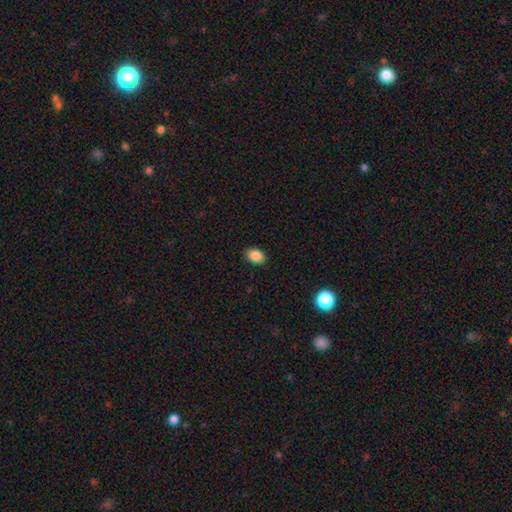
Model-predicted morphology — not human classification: Smooth or featured: smooth — 87% (star or artifact — 9%)
How rounded: in between — 79% (round — 20%)
Merging: none — 87% (minor disturbance — 10%)